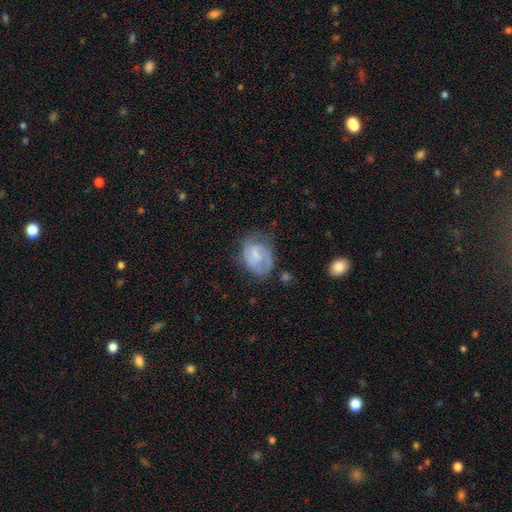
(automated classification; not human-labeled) Smooth or featured: featured or disk — 64% (smooth — 29%)
Edge-on disk: no — 98% (yes — 2%)
Bar: weak — 55% (no — 33%)
Spiral arms: yes — 83% (no — 17%)
Spiral winding: medium — 44% (tight — 39%)
Spiral arm count: 2 — 58% (can't tell — 22%)
Bulge size: small — 46% (moderate — 26%)
Merging: none — 54% (minor disturbance — 28%)